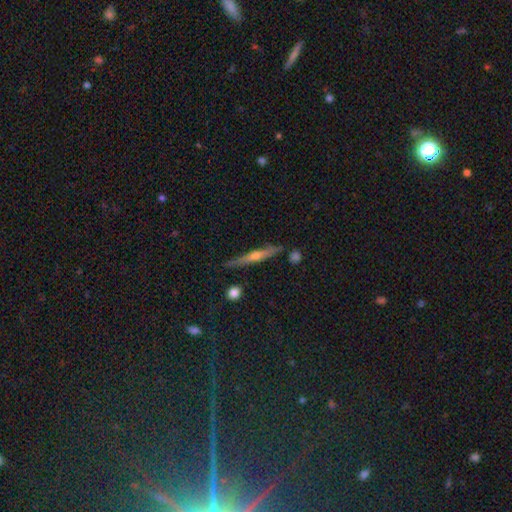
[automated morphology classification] smooth_or_featured: featured or disk (p=0.62) [alt: smooth p=0.30]
disk_edge_on: yes (p=0.96) [alt: no p=0.04]
edge_on_bulge: rounded (p=0.77) [alt: none p=0.18]
merging: none (p=0.83) [alt: minor disturbance p=0.11]